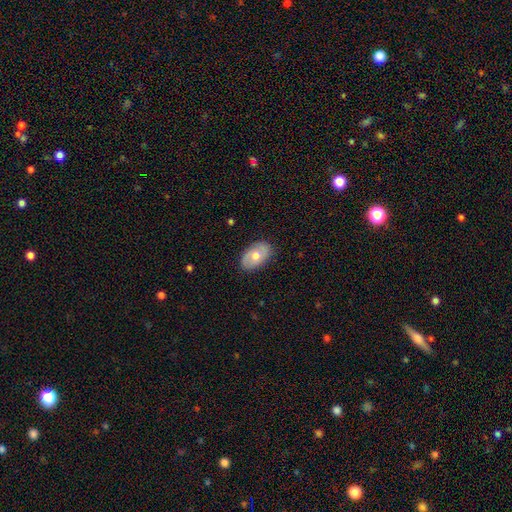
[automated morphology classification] smooth 54%, featured or disk 39%, star or artifact 6%. Down the decision tree: how rounded — in between (89%); merging — none (82%).